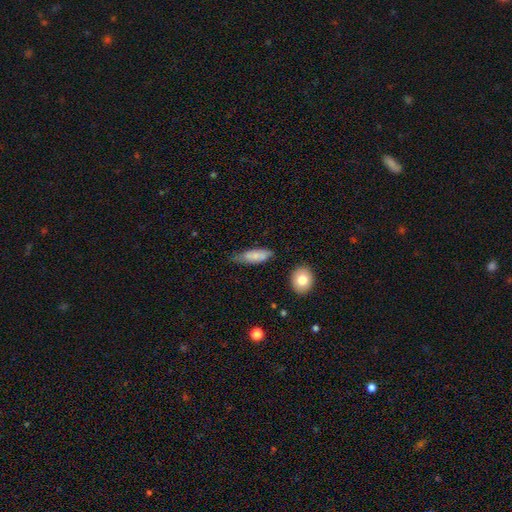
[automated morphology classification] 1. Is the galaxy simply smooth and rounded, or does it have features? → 74% smooth, 19% featured or disk, 7% star or artifact.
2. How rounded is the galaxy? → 69% in between, 28% cigar-shaped, 3% round.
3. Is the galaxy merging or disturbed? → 50% none, 37% minor disturbance, 10% major disturbance, 3% merger.